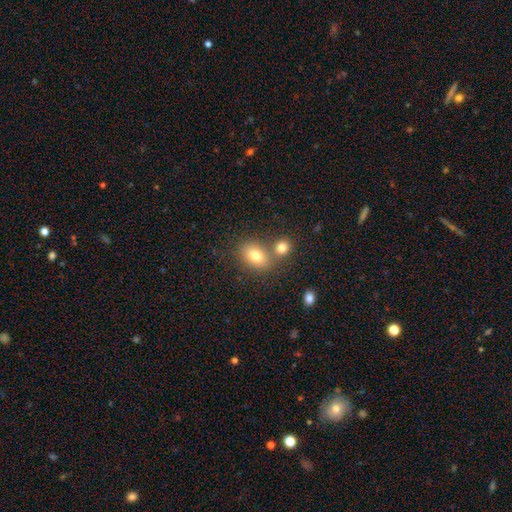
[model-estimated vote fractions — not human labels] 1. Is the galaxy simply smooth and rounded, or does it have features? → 78% smooth, 12% featured or disk, 11% star or artifact.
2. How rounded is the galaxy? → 66% in between, 33% round, 1% cigar-shaped.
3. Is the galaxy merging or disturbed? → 56% none, 31% merger, 10% minor disturbance, 4% major disturbance.